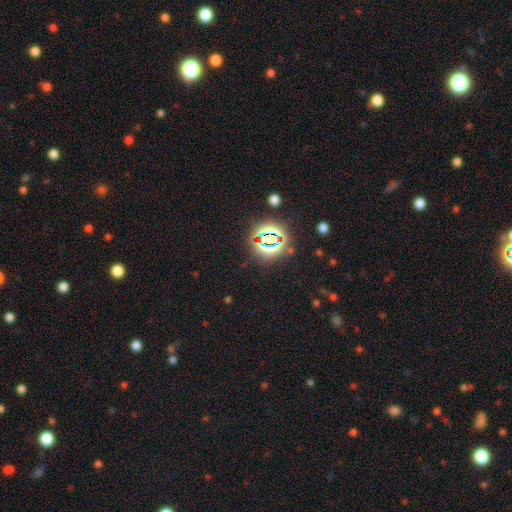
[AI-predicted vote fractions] smooth-or-featured: star or artifact: 82% | smooth: 12% | featured or disk: 7%